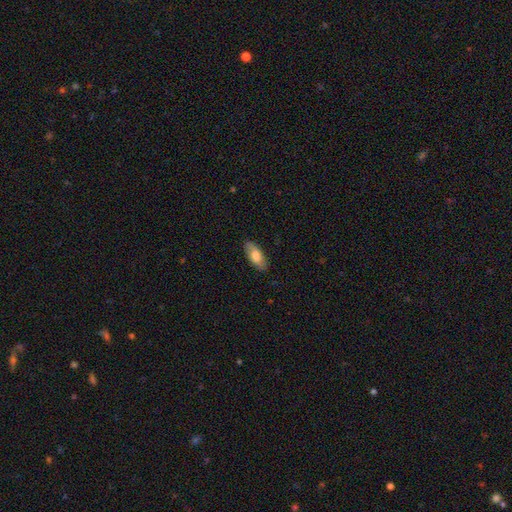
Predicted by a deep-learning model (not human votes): Smooth or featured? smooth (73%)
How rounded? in between (86%)
Merging? none (85%)